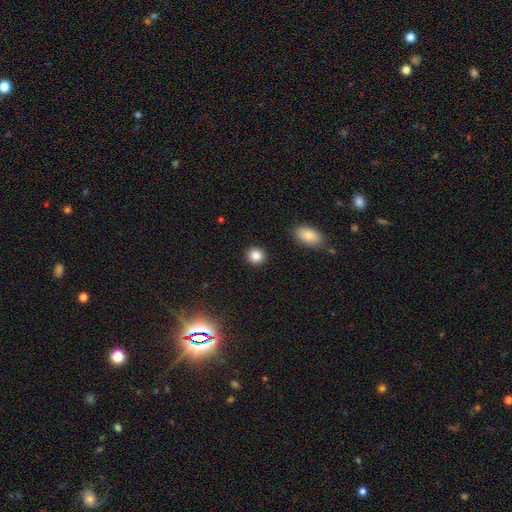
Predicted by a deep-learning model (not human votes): A smooth galaxy with no disk features (86%) that is round (85%).

Vote fractions:
- Smooth or featured? smooth: 86% / star or artifact: 10% / featured or disk: 4%
- How rounded? round: 85% / in between: 14% / cigar-shaped: 1%
- Merging? none: 90% / minor disturbance: 6% / major disturbance: 2% / merger: 2%